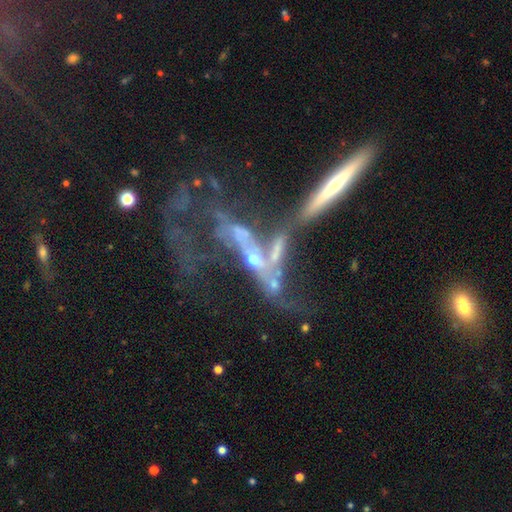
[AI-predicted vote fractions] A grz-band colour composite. It shows a featured or disk galaxy (72%). Merging: merger (45%).